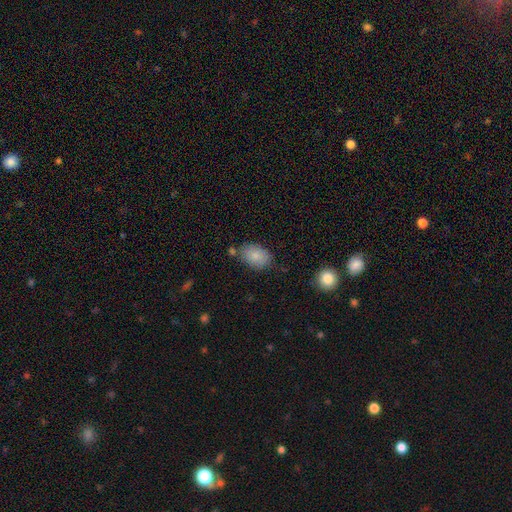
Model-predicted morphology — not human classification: Overall: smooth (85%). How rounded: in between (85%). Merging: none (72%).